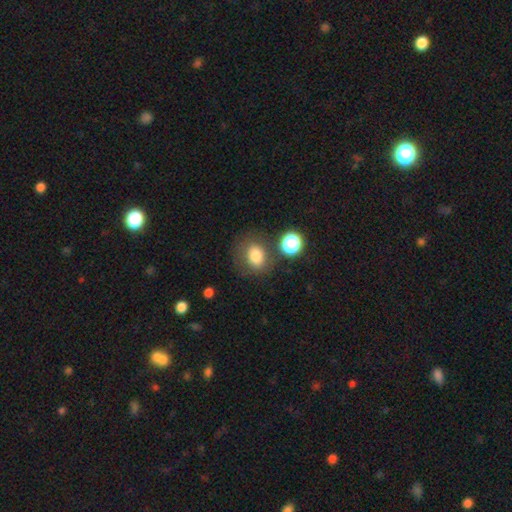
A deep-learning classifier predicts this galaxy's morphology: This is likely a smooth galaxy (80%). How rounded: possibly round (54%). Merging: likely none (67%).